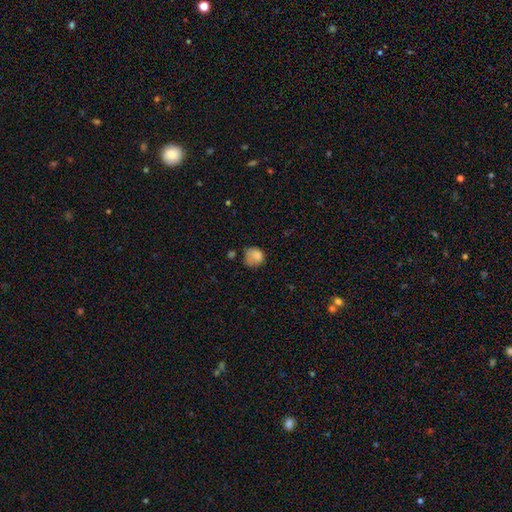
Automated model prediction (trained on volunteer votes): smooth-or-featured: smooth: 78% | featured or disk: 12% | star or artifact: 10%
  how-rounded: round: 70% | in between: 29% | cigar-shaped: 1%
  merging: none: 44% | minor disturbance: 32% | major disturbance: 19% | merger: 5%